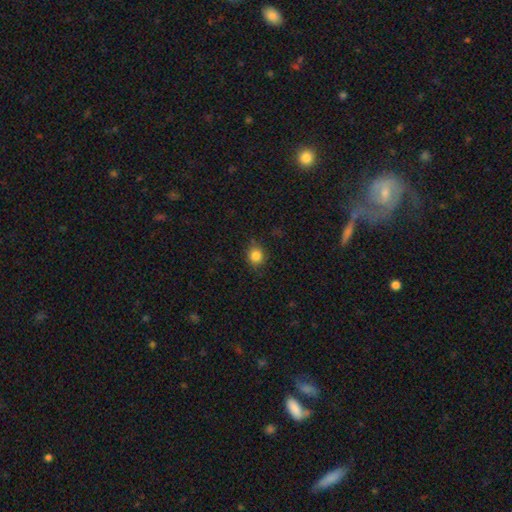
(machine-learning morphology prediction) smooth 83%, star or artifact 12%, featured or disk 5%. Down the decision tree: how rounded — round (84%); merging — none (83%).